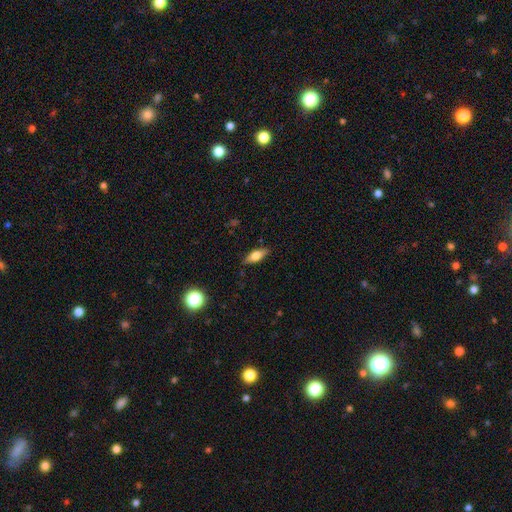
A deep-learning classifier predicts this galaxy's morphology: Q: Smooth or featured?
A: smooth (65%); runner-up: featured or disk (28%)
Q: How rounded?
A: in between (67%); runner-up: cigar-shaped (29%)
Q: Merging?
A: none (85%); runner-up: minor disturbance (12%)